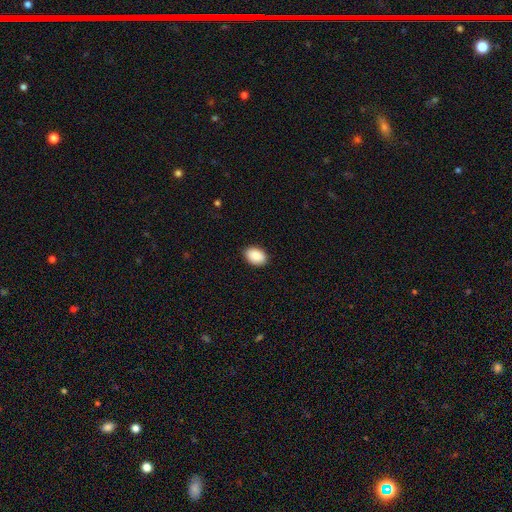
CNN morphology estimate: Q: Smooth or featured?
A: smooth (88%); runner-up: star or artifact (7%)
Q: How rounded?
A: in between (85%); runner-up: round (14%)
Q: Merging?
A: none (88%); runner-up: minor disturbance (9%)